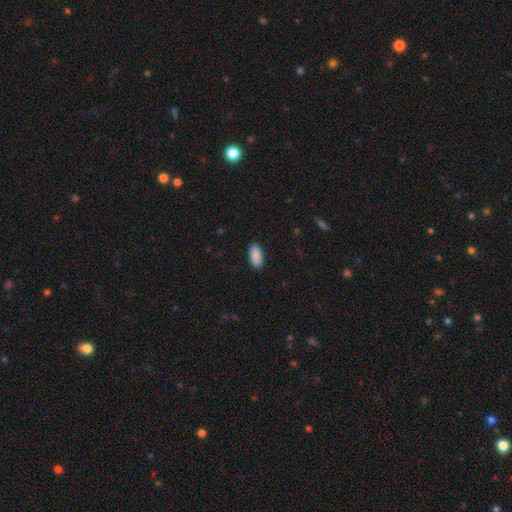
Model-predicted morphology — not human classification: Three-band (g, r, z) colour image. It shows a smooth galaxy with no disk features (90%) that is in between round and cigar-shaped (91%). Merging: none (89%).